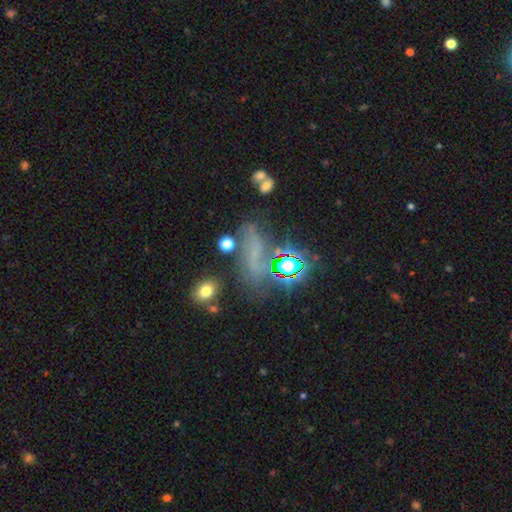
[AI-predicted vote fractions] Smooth or featured: star or artifact — 56% (smooth — 25%)